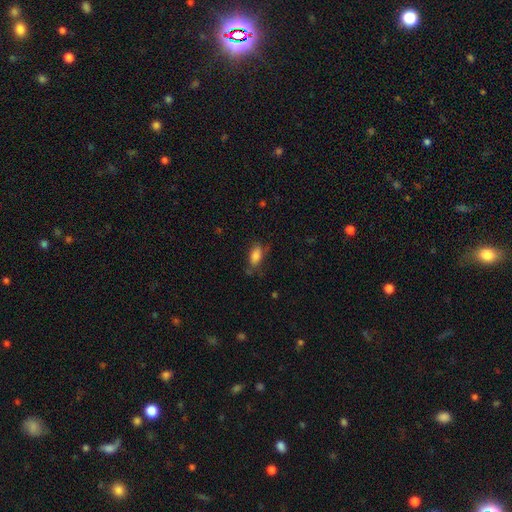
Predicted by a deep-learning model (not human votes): Smooth or featured? Predicted: smooth (p=0.79). How rounded? Predicted: in between (p=0.84). Merging? Predicted: none (p=0.61).